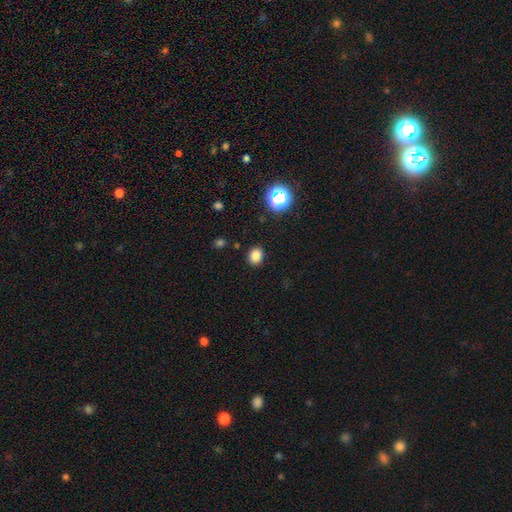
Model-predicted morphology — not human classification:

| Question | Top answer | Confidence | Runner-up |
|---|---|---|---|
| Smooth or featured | smooth | 81% | star or artifact (15%) |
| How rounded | round | 64% | in between (35%) |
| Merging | none | 88% | minor disturbance (8%) |